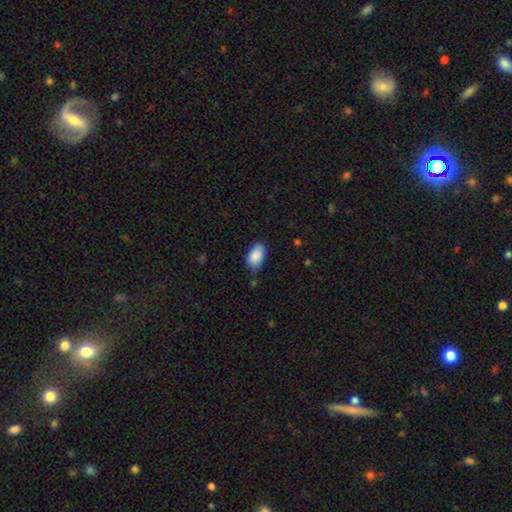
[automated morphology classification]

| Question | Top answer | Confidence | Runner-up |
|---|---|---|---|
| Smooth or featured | smooth | 89% | star or artifact (7%) |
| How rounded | in between | 93% | round (5%) |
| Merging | none | 73% | minor disturbance (21%) |